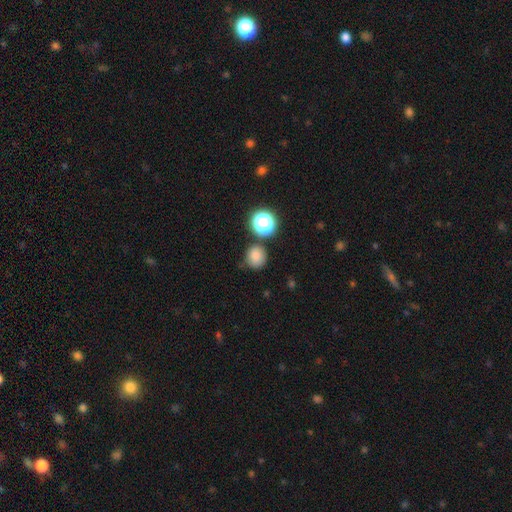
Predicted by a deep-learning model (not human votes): Smooth or featured? Predicted: smooth (p=0.81). How rounded? Predicted: round (p=0.88). Merging? Predicted: none (p=0.75).